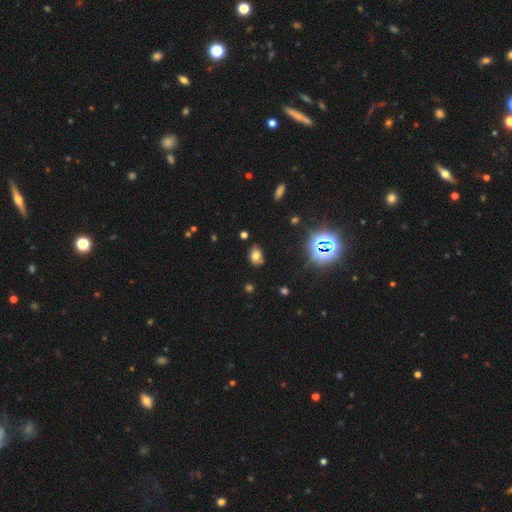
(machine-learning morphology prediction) The model was most divided on "how rounded": in between: 72%, round: 26%, cigar-shaped: 1%. More confident: merging — none (73%); smooth or featured — smooth (67%).